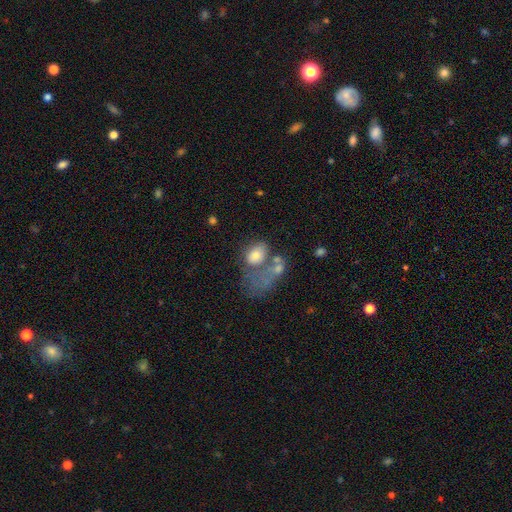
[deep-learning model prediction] A smooth galaxy with no disk features (65%) that is in between round and cigar-shaped (78%).

Vote fractions:
- Smooth or featured? smooth: 65% / featured or disk: 24% / star or artifact: 11%
- How rounded? in between: 78% / round: 20% / cigar-shaped: 2%
- Merging? merger: 38% / major disturbance: 31% / none: 20% / minor disturbance: 12%